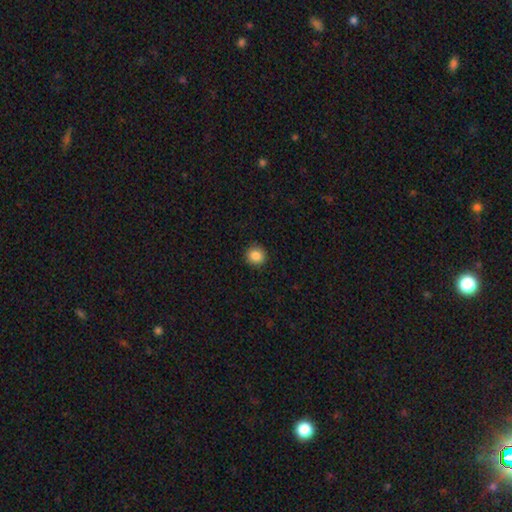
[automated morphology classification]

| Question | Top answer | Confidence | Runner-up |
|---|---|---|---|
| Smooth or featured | smooth | 87% | star or artifact (9%) |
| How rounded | round | 91% | in between (8%) |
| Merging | none | 92% | minor disturbance (5%) |